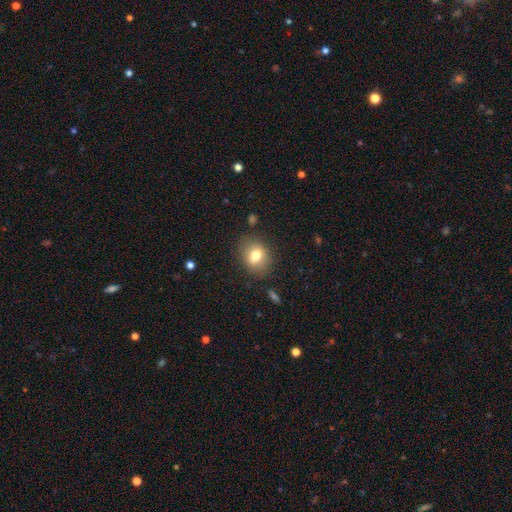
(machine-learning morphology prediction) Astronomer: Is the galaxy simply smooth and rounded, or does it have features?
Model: smooth — 76%.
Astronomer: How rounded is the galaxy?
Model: round — 58% (runner-up: in between, 41%).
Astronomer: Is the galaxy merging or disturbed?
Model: none — 83%.